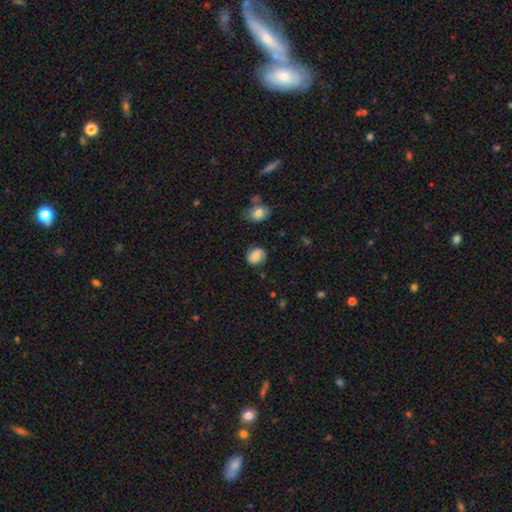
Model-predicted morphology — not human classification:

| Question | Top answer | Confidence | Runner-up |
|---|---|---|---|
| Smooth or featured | smooth | 74% | featured or disk (17%) |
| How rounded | in between | 52% | round (47%) |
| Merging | none | 69% | minor disturbance (22%) |